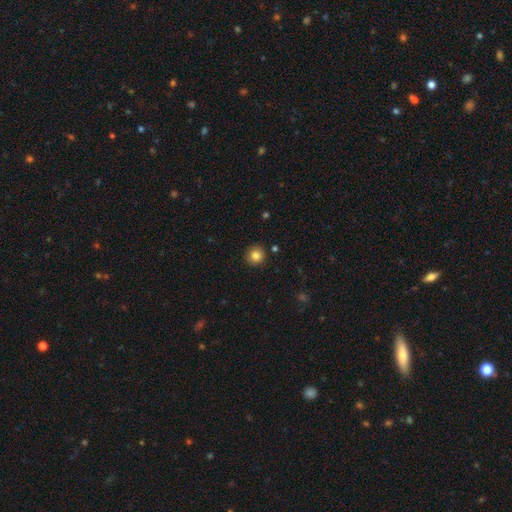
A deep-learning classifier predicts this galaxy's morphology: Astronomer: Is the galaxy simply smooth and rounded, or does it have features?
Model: smooth — 84%.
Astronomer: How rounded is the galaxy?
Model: round — 94%.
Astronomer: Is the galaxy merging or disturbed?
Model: none — 91%.